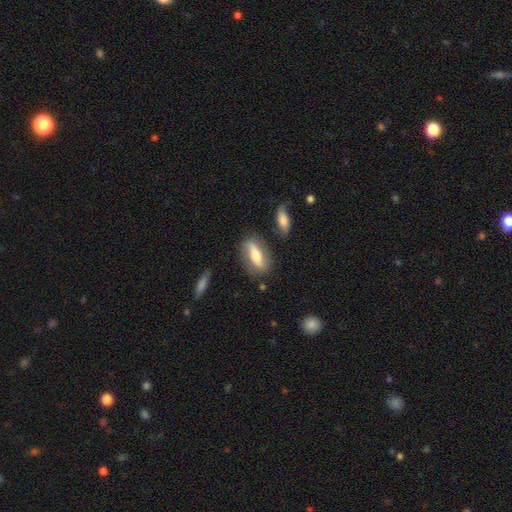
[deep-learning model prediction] This appears to be a smooth galaxy with no disk features (51%) that is in between round and cigar-shaped (69%). Merging: none (73%).